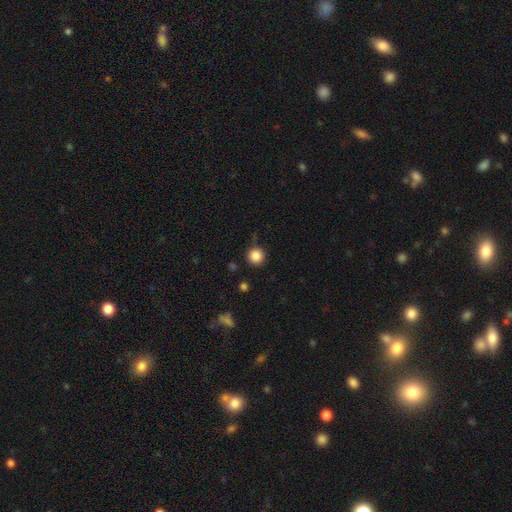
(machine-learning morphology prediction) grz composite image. It shows a smooth galaxy with no disk features (86%) that is round (95%). Merging: none (87%).